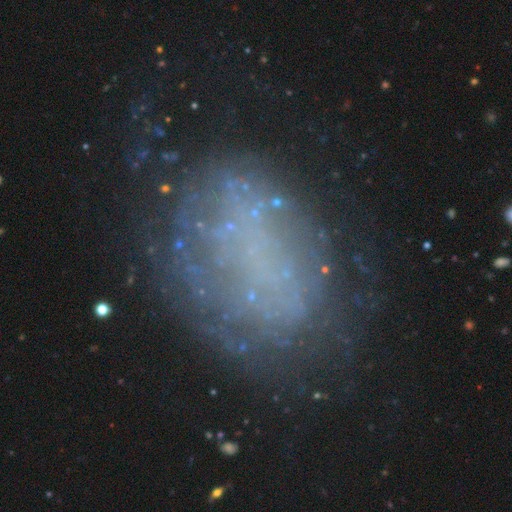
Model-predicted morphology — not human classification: A featured or disk galaxy (48%). Merging: none (58%).